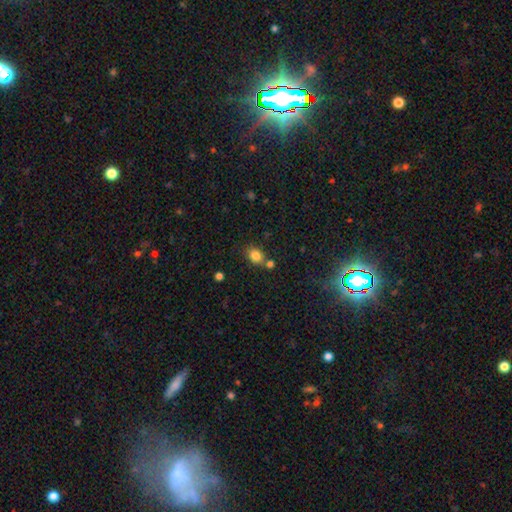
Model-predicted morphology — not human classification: Smooth or featured? Predicted: smooth (p=0.83). How rounded? Predicted: in between (p=0.61). Merging? Predicted: none (p=0.65).